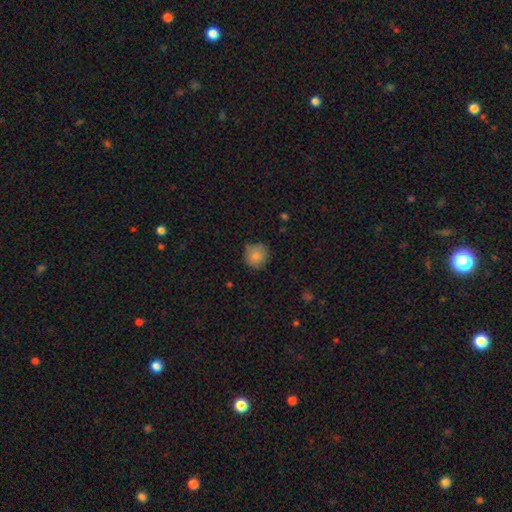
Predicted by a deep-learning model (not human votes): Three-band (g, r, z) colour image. It shows a smooth galaxy with no disk features (83%) that is round (91%). Merging: none (76%).